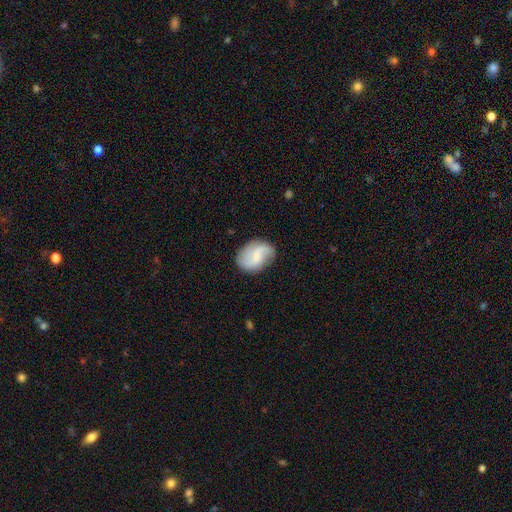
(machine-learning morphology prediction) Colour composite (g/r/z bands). It shows a featured or disk galaxy (60%) with a weak bar (53%), 2 (79%) loose (60%) spiral arms (91%) and a small central bulge (45%). Merging: none (74%).